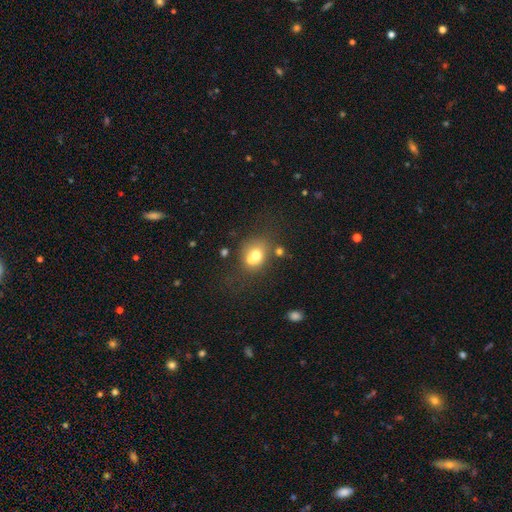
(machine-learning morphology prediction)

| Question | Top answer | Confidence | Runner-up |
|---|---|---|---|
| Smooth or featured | smooth | 68% | featured or disk (19%) |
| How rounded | round | 66% | in between (33%) |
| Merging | none | 44% | merger (34%) |